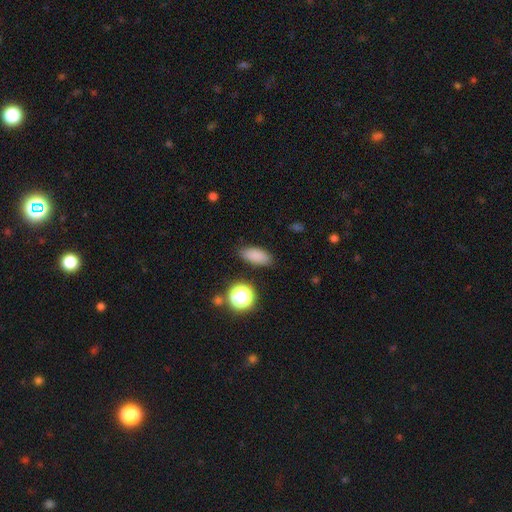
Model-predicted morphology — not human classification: smooth 83%, star or artifact 11%, featured or disk 6%. Down the decision tree: how rounded — in between (80%); merging — none (85%).